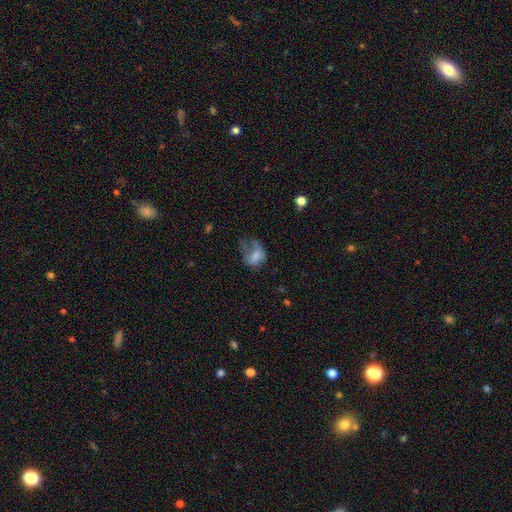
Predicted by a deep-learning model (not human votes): Smooth or featured?
  - smooth: 59% *
  - featured or disk: 30%
  - star or artifact: 11%
How rounded?
  - in between: 70% *
  - round: 28%
  - cigar-shaped: 2%
Merging?
  - major disturbance: 50% *
  - minor disturbance: 25%
  - none: 23%
  - merger: 3%